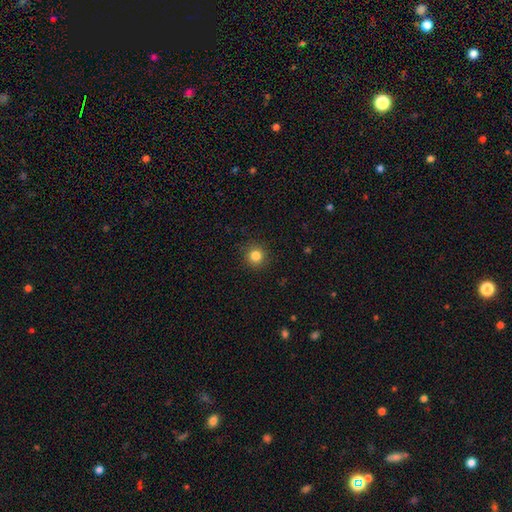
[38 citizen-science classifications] Overall: smooth (89%). How rounded: round (94%). Merging: none (97%).